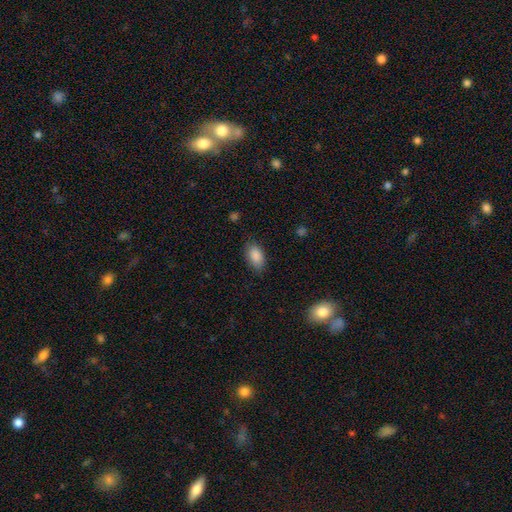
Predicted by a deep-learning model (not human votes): Smooth or featured: smooth — 89% (star or artifact — 7%)
How rounded: in between — 92% (round — 5%)
Merging: none — 80% (minor disturbance — 15%)